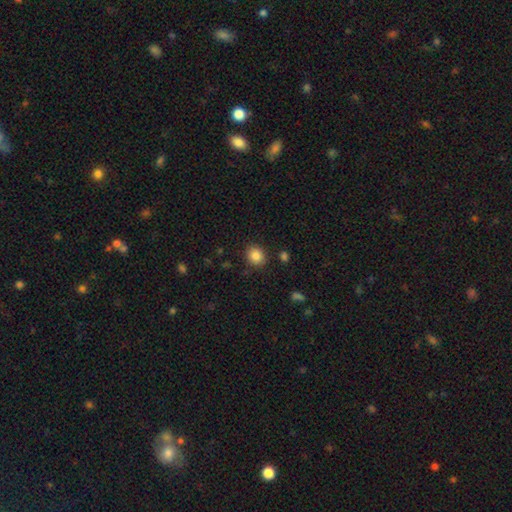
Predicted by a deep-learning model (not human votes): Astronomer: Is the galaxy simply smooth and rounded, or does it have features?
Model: smooth — 86%.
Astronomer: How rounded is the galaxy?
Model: round — 73%.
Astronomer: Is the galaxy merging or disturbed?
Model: none — 87%.